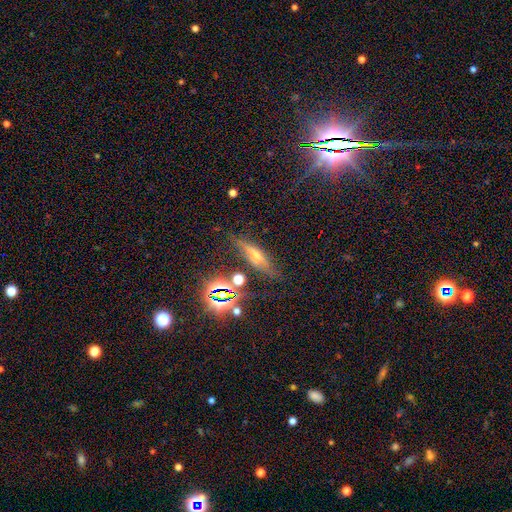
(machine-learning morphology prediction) Q: Smooth or featured?
A: smooth (36%); tied with: featured or disk (36%)
Q: Merging?
A: none (74%); runner-up: minor disturbance (16%)